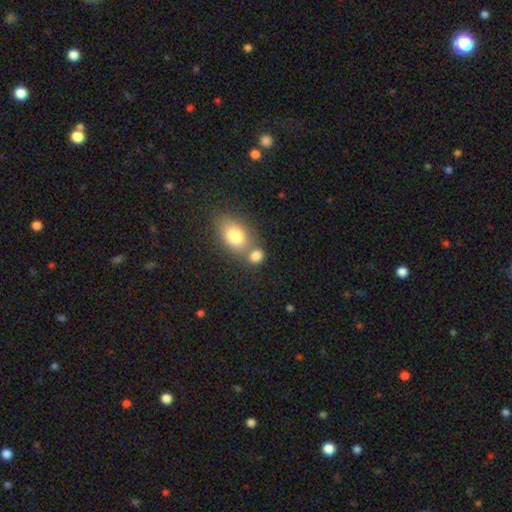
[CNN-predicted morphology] type=smooth (81%); roundness=round (51%); merging=none (49%).